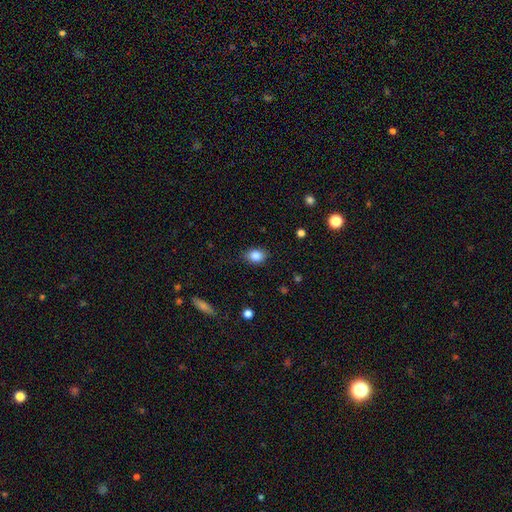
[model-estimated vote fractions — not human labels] This appears to be a smooth galaxy with no disk features (86%) that is in between round and cigar-shaped (70%). Merging: none (83%).